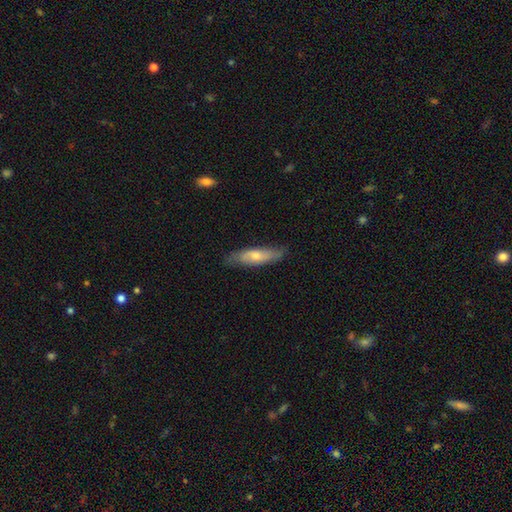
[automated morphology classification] smooth_or_featured: smooth (p=0.57) [alt: featured or disk p=0.38]
how_rounded: cigar-shaped (p=0.60) [alt: in between p=0.38]
merging: none (p=0.78) [alt: minor disturbance p=0.17]